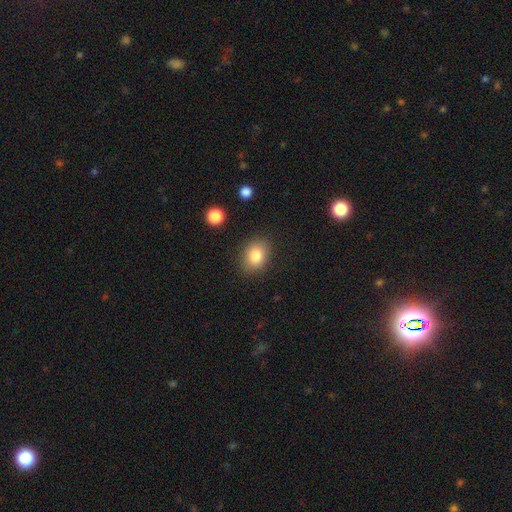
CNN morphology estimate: This is clearly a smooth galaxy (83%). How rounded: likely in between (65%). Merging: clearly none (85%).